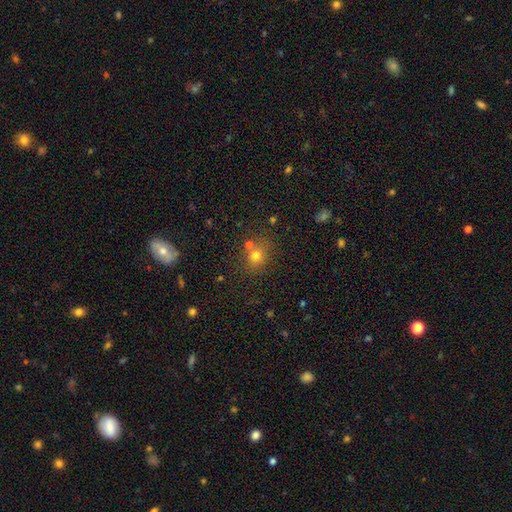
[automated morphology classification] smooth 73%, star or artifact 17%, featured or disk 10%. Down the decision tree: how rounded — round (80%); merging — none (65%).